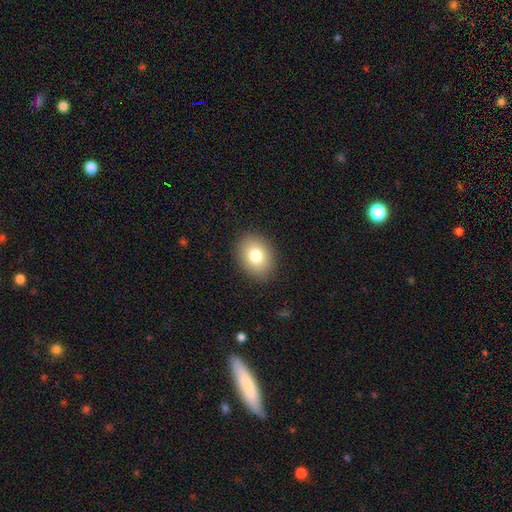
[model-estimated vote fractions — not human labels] A smooth galaxy with no disk features (79%) that is in between round and cigar-shaped (64%). Merging: none (88%).